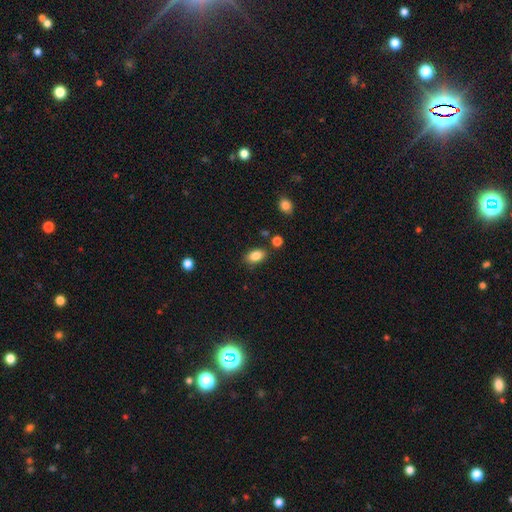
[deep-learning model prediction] Smooth or featured?
  - smooth: 85% *
  - star or artifact: 9%
  - featured or disk: 7%
How rounded?
  - in between: 89% *
  - round: 9%
  - cigar-shaped: 2%
Merging?
  - none: 82% *
  - minor disturbance: 11%
  - merger: 4%
  - major disturbance: 3%